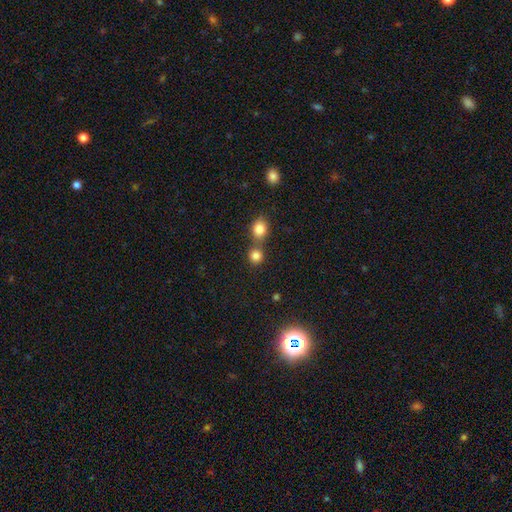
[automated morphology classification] This appears to be a smooth galaxy with no disk features (82%) that is round (87%). Merging: none (55%).